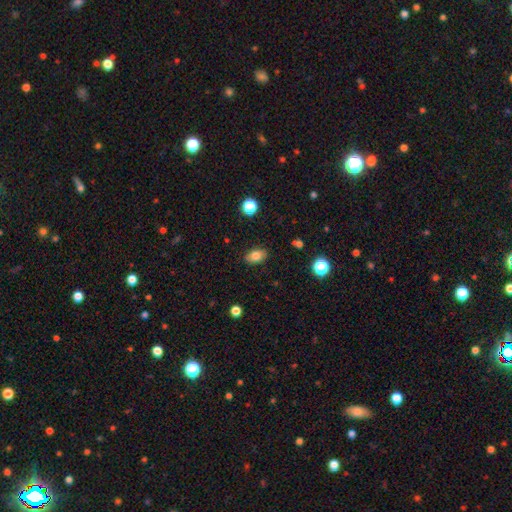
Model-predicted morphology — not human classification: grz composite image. It shows a smooth galaxy with no disk features (80%) that is in between round and cigar-shaped (84%). Merging: none (87%).